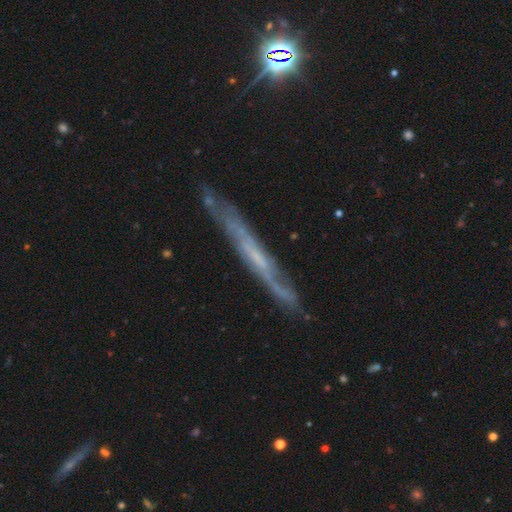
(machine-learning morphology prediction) A featured or disk galaxy (71%) viewed edge-on (79%) with no central bulge (77%). Merging: none (74%).